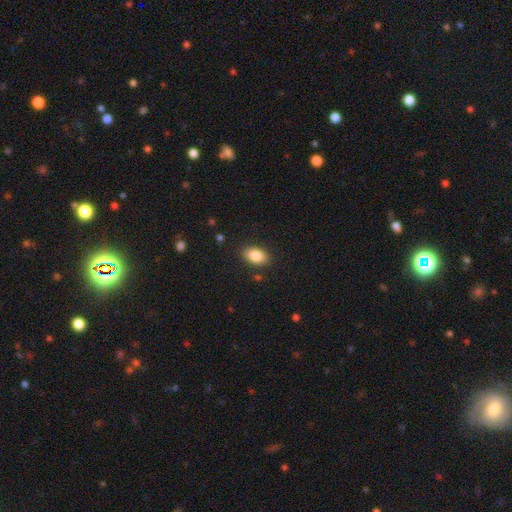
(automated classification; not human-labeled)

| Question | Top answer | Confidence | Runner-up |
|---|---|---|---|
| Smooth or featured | smooth | 85% | star or artifact (8%) |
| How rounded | in between | 89% | round (9%) |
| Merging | none | 87% | minor disturbance (9%) |